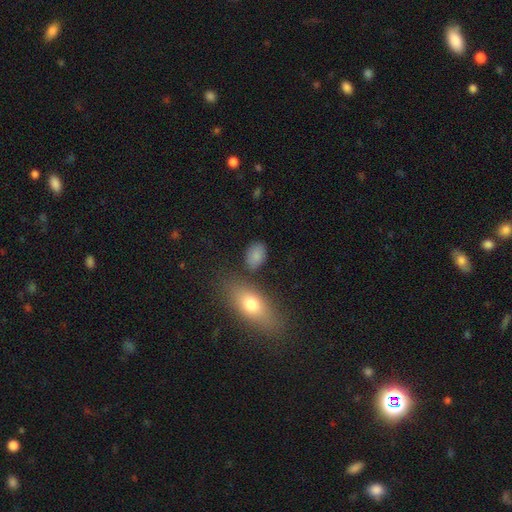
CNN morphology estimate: This appears to be a smooth galaxy with no disk features (84%) that is in between round and cigar-shaped (84%). Merging: none (73%).